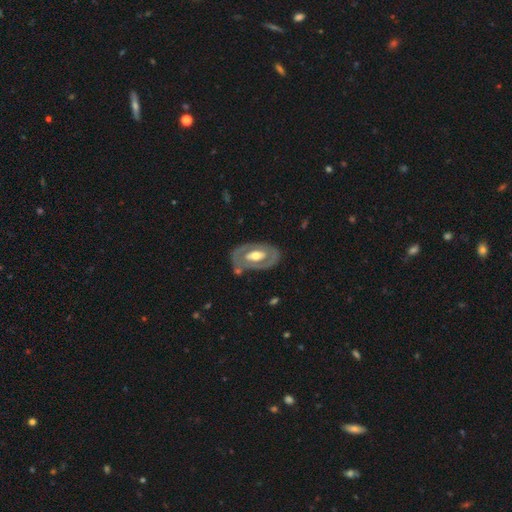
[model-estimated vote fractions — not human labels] This appears to be a featured or disk galaxy (69%) with no bar (54%), no spiral arms (65%) and a moderate central bulge (64%). Merging: none (69%).